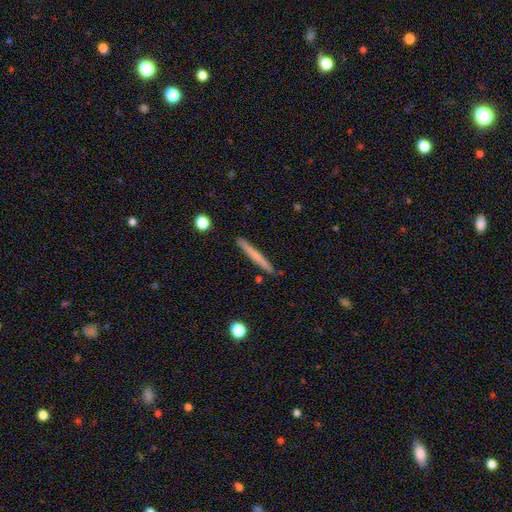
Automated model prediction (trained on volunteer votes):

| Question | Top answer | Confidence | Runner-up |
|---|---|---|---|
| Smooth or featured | smooth | 62% | featured or disk (32%) |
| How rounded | cigar-shaped | 97% | in between (2%) |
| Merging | none | 90% | minor disturbance (7%) |